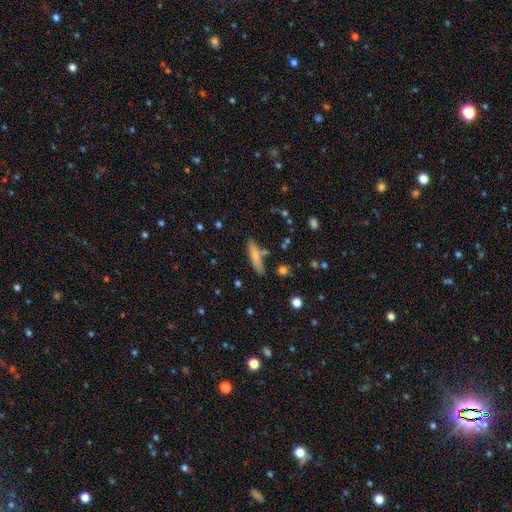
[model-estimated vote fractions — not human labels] smooth 67%, featured or disk 26%, star or artifact 7%. Down the decision tree: how rounded — cigar-shaped (75%); merging — none (75%).